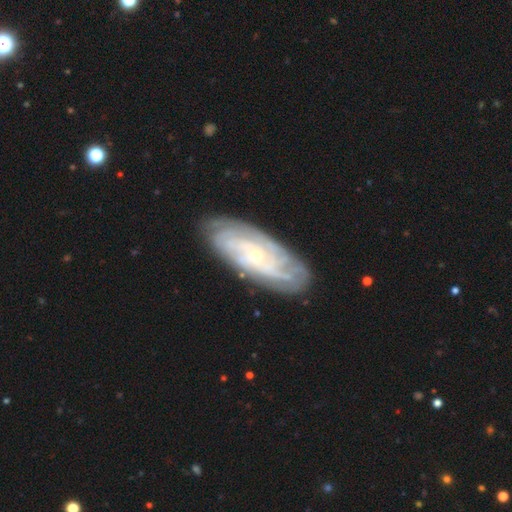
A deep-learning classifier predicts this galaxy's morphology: Smooth or featured: featured or disk — 81% (smooth — 13%)
Edge-on disk: no — 90% (yes — 10%)
Bar: no — 73% (weak — 22%)
Spiral arms: yes — 94% (no — 6%)
Spiral winding: tight — 73% (medium — 22%)
Spiral arm count: can't tell — 46% (4 — 17%)
Bulge size: small — 76% (moderate — 20%)
Merging: none — 81% (minor disturbance — 14%)